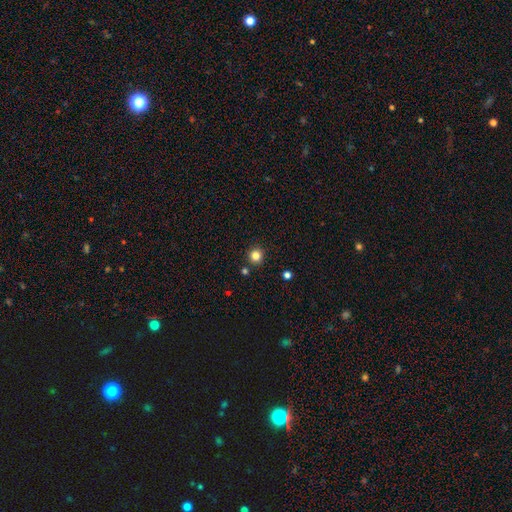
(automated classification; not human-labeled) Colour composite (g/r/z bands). It shows a smooth galaxy with no disk features (82%) that is round (92%). Merging: none (89%).